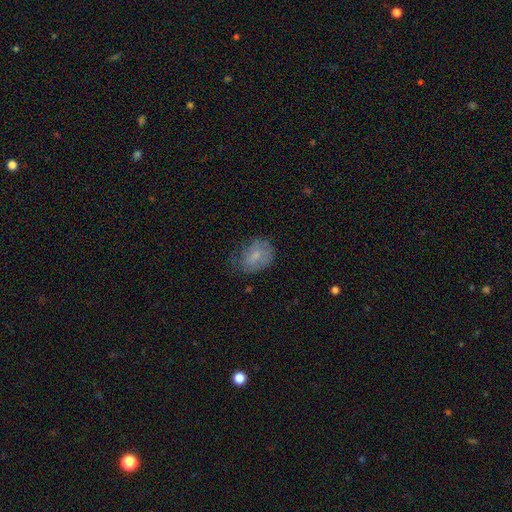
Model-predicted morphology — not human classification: A smooth galaxy with no disk features (68%) that is in between round and cigar-shaped (62%). Merging: none (53%).